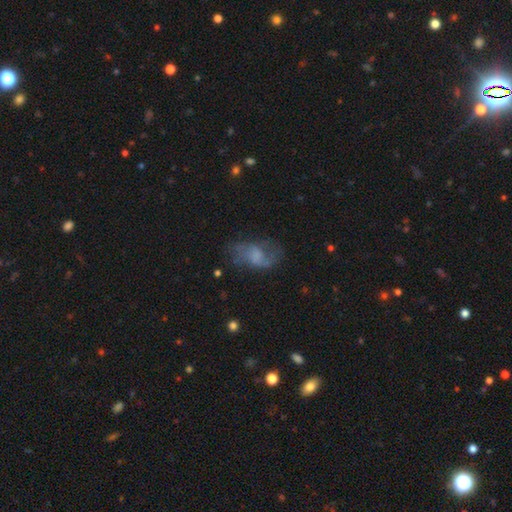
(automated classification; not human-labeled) smooth_or_featured: featured or disk (p=0.52) [alt: smooth p=0.37]
disk_edge_on: no (p=0.96) [alt: yes p=0.04]
merging: none (p=0.53) [alt: minor disturbance p=0.22]